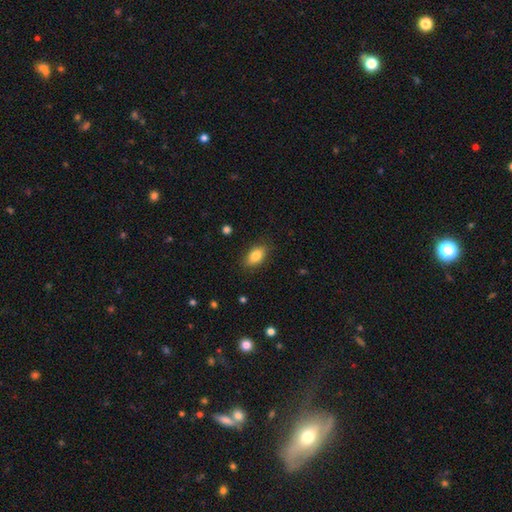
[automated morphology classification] type=smooth (83%); roundness=in between (88%); merging=none (85%).